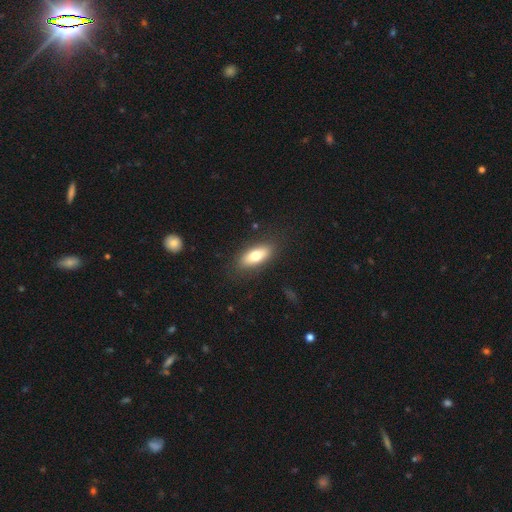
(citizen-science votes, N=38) Smooth or featured? 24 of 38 (63%) said smooth. How rounded? 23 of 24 (96%) said in between. Merging? 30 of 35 (86%) said none.